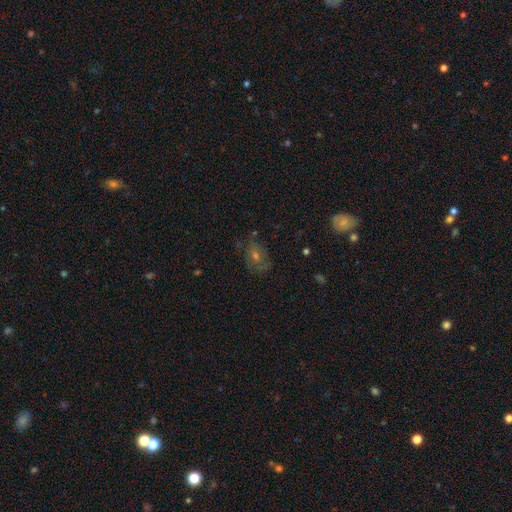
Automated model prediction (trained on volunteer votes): Q: Smooth or featured?
A: featured or disk (44%); runner-up: smooth (31%)
Q: Merging?
A: none (72%); runner-up: minor disturbance (17%)